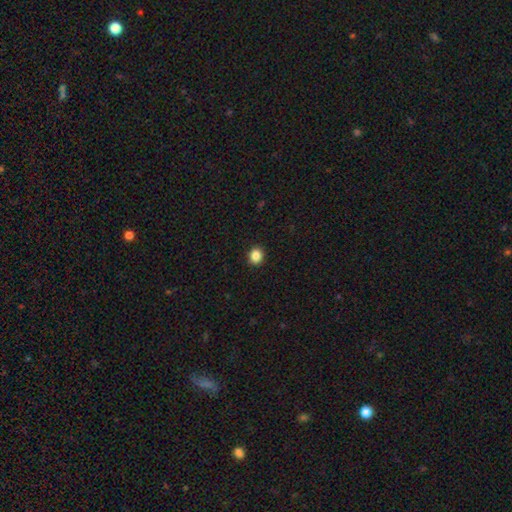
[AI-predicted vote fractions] This appears to be a smooth galaxy with no disk features (86%) that is round (72%). Merging: none (92%).